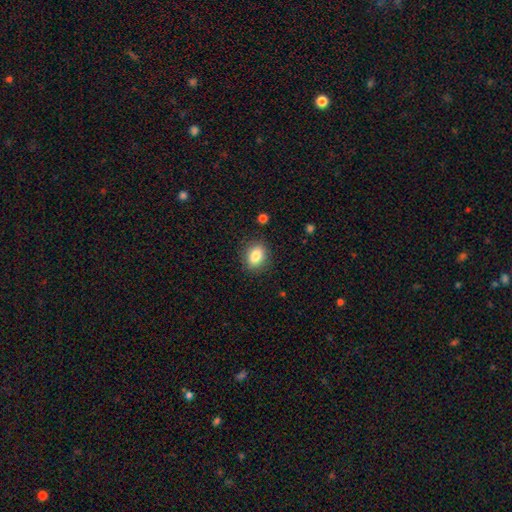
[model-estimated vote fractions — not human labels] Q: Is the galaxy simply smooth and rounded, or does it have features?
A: smooth — 84%.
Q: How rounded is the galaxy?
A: in between — 62%.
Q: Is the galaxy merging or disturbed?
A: none — 86%.